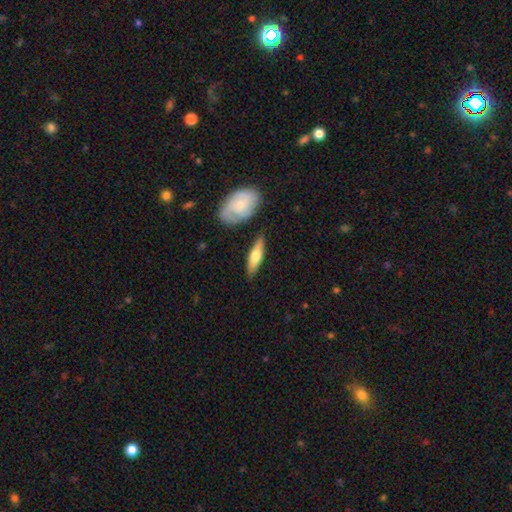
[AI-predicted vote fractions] Overall: smooth (55%; featured or disk 40%). How rounded: cigar-shaped (57%; in between 41%). Merging: none (82%).